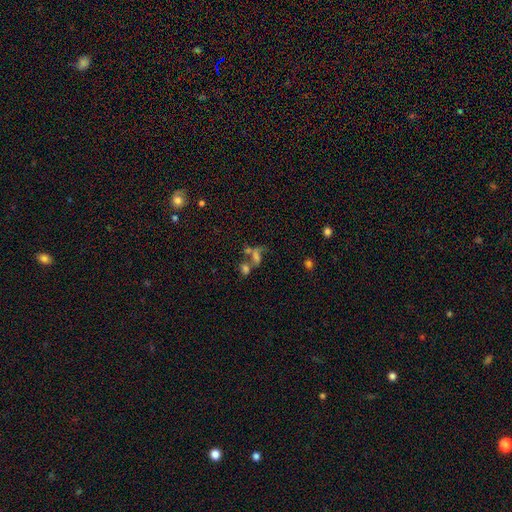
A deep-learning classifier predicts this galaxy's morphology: The model was most divided on "smooth or featured": smooth: 41%, star or artifact: 30%, featured or disk: 29%. Remaining: merging — merger (45%).